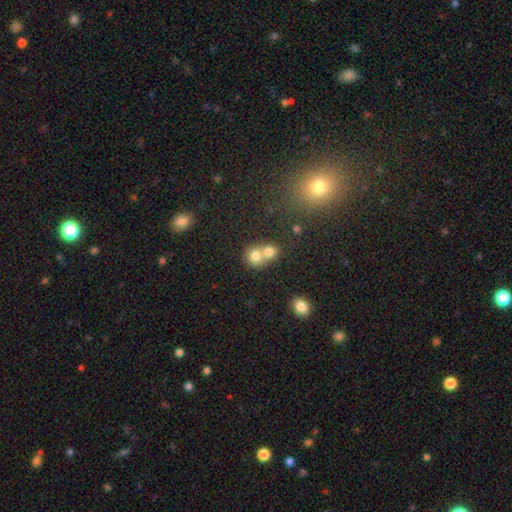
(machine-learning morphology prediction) A smooth galaxy with no disk features (74%) that is round (78%).

Vote fractions:
- Smooth or featured? smooth: 74% / featured or disk: 15% / star or artifact: 11%
- How rounded? round: 78% / in between: 21% / cigar-shaped: 1%
- Merging? merger: 65% / none: 28% / minor disturbance: 5% / major disturbance: 2%